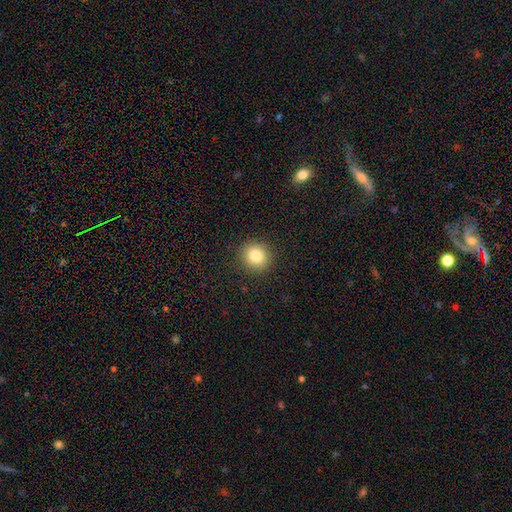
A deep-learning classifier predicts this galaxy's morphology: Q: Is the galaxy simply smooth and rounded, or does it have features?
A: smooth — 82%.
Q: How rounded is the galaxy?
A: round — 88%.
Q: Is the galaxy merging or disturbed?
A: none — 91%.